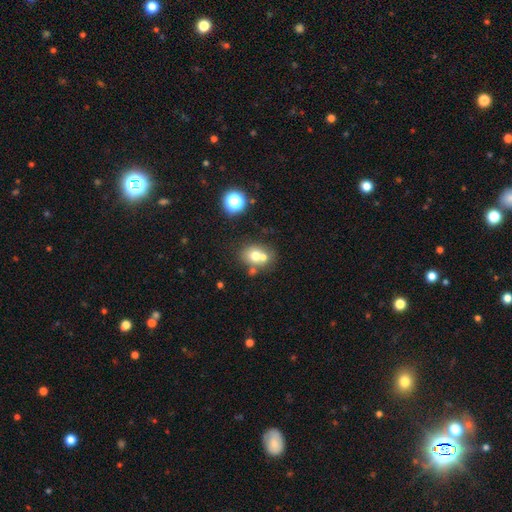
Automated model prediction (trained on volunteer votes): Smooth or featured?
  - smooth: 67% *
  - featured or disk: 19%
  - star or artifact: 14%
How rounded?
  - round: 64% *
  - in between: 35%
  - cigar-shaped: 1%
Merging?
  - none: 46% *
  - merger: 40%
  - minor disturbance: 10%
  - major disturbance: 4%